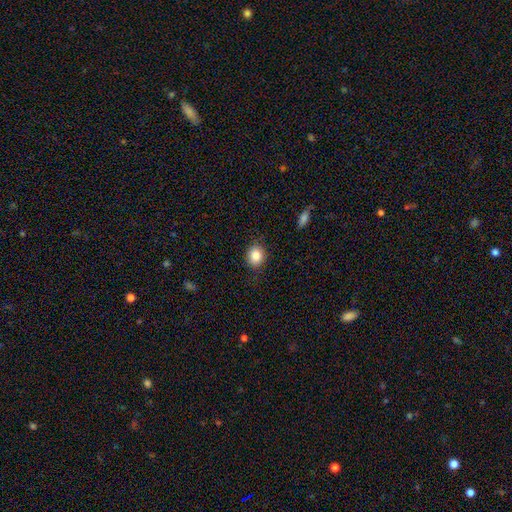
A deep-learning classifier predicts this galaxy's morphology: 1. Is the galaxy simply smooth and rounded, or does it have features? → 85% smooth, 9% star or artifact, 6% featured or disk.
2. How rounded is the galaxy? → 63% round, 36% in between, 1% cigar-shaped.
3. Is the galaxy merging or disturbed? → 87% none, 9% minor disturbance, 2% major disturbance, 1% merger.